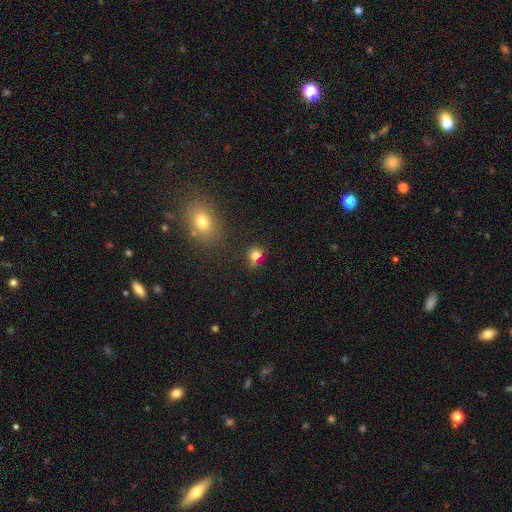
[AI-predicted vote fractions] Q: Smooth or featured?
A: smooth (77%); runner-up: star or artifact (14%)
Q: How rounded?
A: round (62%); runner-up: in between (37%)
Q: Merging?
A: none (52%); runner-up: minor disturbance (22%)